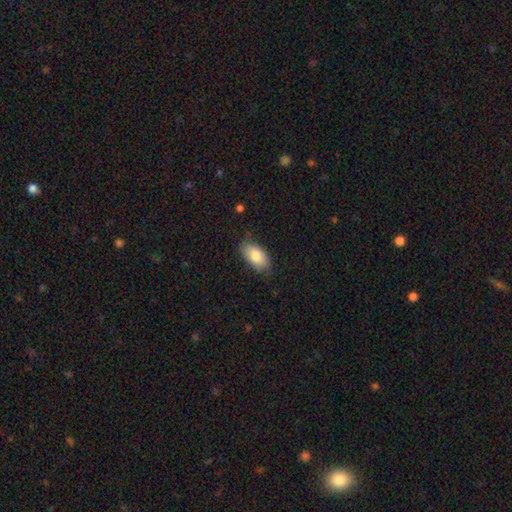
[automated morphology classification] This is clearly a smooth galaxy (82%). How rounded: clearly in between (93%). Merging: likely none (77%).